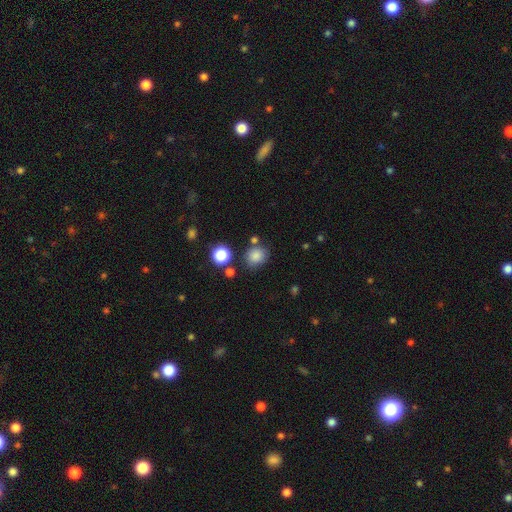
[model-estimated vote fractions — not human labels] A smooth galaxy with no disk features (83%) that is round (74%).

Vote fractions:
- Smooth or featured? smooth: 83% / star or artifact: 12% / featured or disk: 5%
- How rounded? round: 74% / in between: 25% / cigar-shaped: 1%
- Merging? none: 74% / minor disturbance: 14% / merger: 8% / major disturbance: 4%